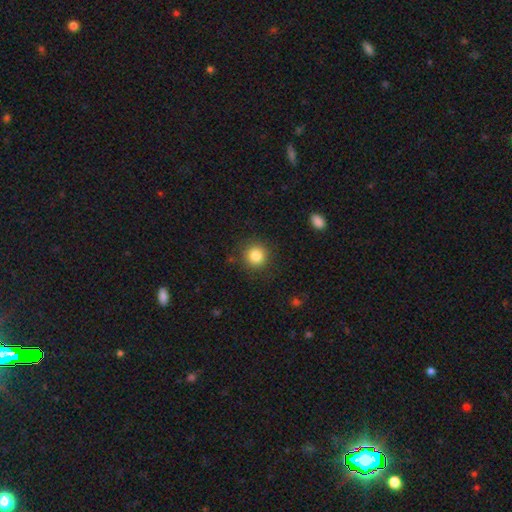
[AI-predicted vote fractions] smooth_or_featured: smooth (p=0.84) [alt: star or artifact p=0.10]
how_rounded: round (p=0.93) [alt: in between p=0.06]
merging: none (p=0.87) [alt: minor disturbance p=0.08]